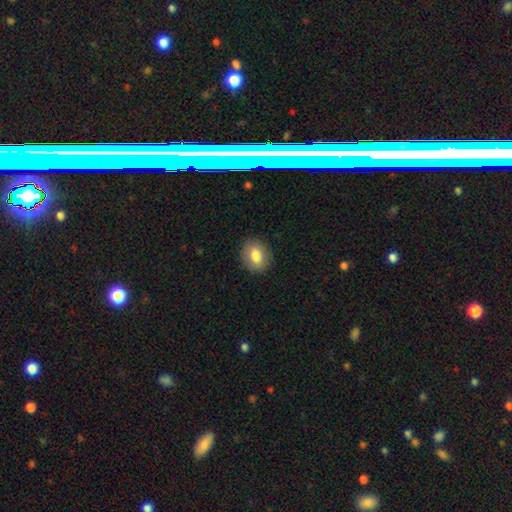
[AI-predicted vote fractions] Smooth or featured? Predicted: smooth (p=0.82). How rounded? Predicted: in between (p=0.62). Merging? Predicted: none (p=0.87).